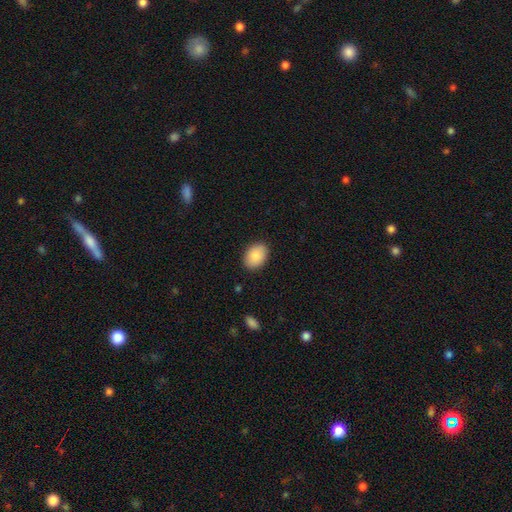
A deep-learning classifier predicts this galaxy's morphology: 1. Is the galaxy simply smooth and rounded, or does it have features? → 88% smooth, 6% star or artifact, 6% featured or disk.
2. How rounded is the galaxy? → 80% in between, 19% round, 1% cigar-shaped.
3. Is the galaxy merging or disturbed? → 89% none, 8% minor disturbance, 2% major disturbance, 1% merger.